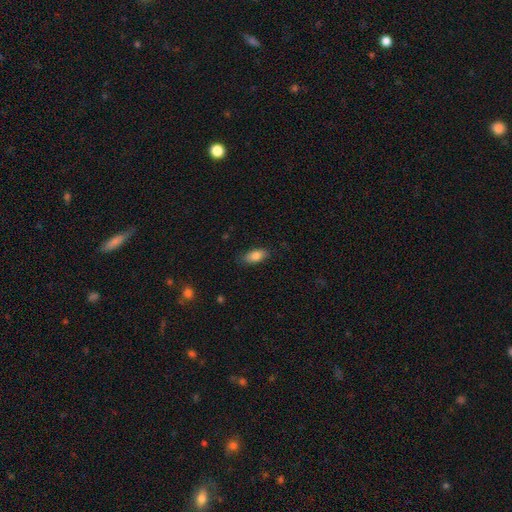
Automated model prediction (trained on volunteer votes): Smooth or featured?
  - smooth: 83% *
  - featured or disk: 9%
  - star or artifact: 7%
How rounded?
  - in between: 88% *
  - cigar-shaped: 8%
  - round: 3%
Merging?
  - none: 83% *
  - minor disturbance: 14%
  - major disturbance: 3%
  - merger: 1%